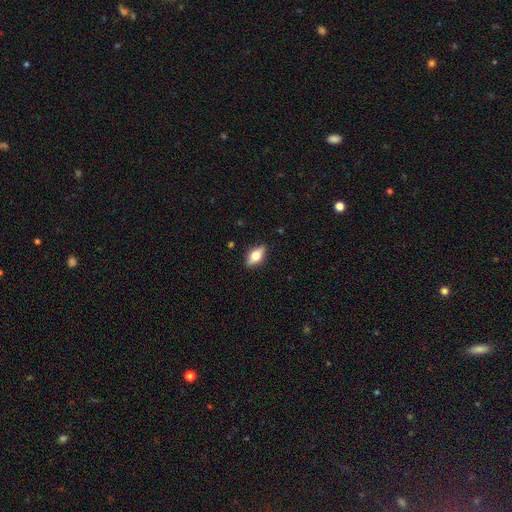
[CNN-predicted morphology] Smooth or featured?
  - smooth: 52% *
  - featured or disk: 40%
  - star or artifact: 8%
How rounded?
  - in between: 79% *
  - cigar-shaped: 15%
  - round: 6%
Merging?
  - none: 86% *
  - minor disturbance: 10%
  - major disturbance: 2%
  - merger: 1%